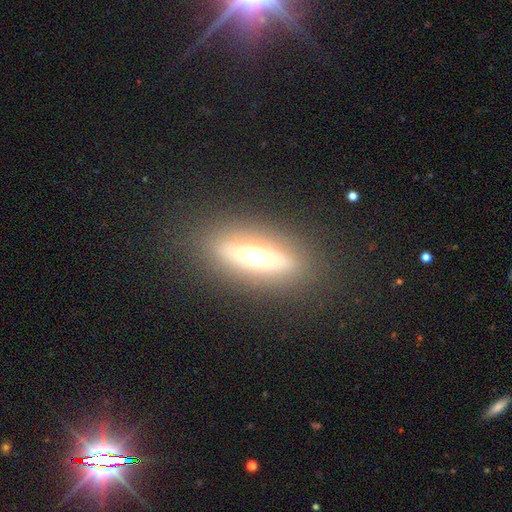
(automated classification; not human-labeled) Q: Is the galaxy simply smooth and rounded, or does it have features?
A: featured or disk — 45%.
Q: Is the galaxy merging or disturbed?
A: none — 86%.